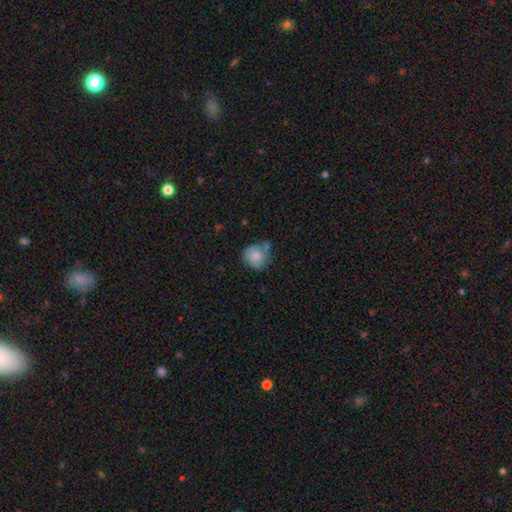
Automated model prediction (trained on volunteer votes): smooth_or_featured: smooth (p=0.78) [alt: featured or disk p=0.14]
how_rounded: round (p=0.81) [alt: in between p=0.18]
merging: none (p=0.52) [alt: minor disturbance p=0.26]